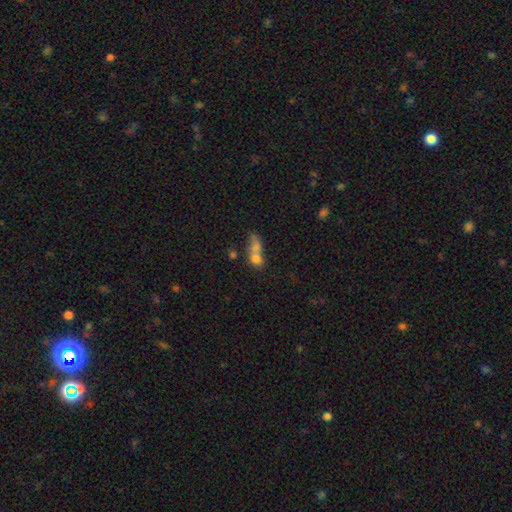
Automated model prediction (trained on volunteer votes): Smooth or featured? Predicted: smooth (p=0.69). How rounded? Predicted: in between (p=0.50). Merging? Predicted: merger (p=0.67).